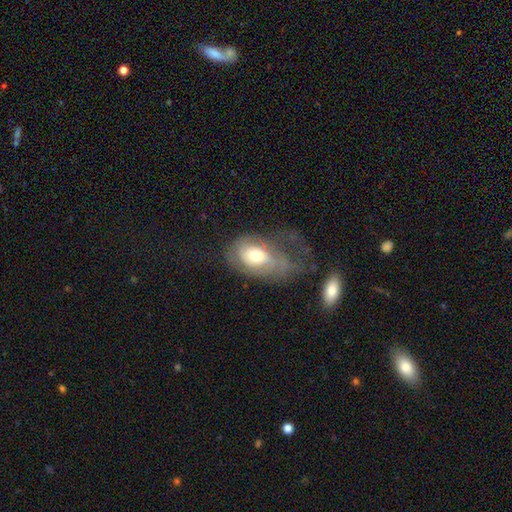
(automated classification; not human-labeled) A featured or disk galaxy (47%). Merging: major disturbance (47%).